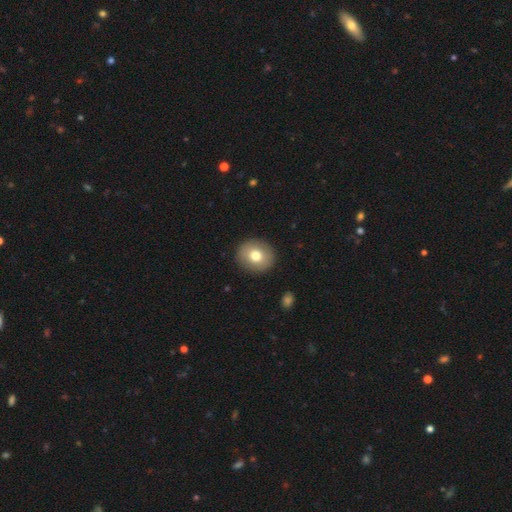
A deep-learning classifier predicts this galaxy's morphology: Smooth or featured? Predicted: smooth (p=0.75). How rounded? Predicted: round (p=0.81). Merging? Predicted: none (p=0.91).